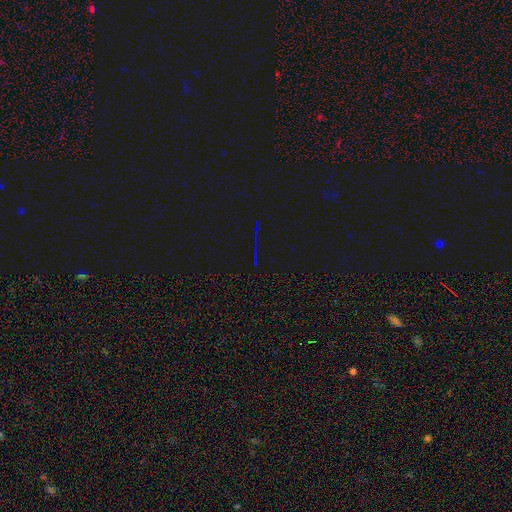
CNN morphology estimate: Smooth or featured? star or artifact (81%)